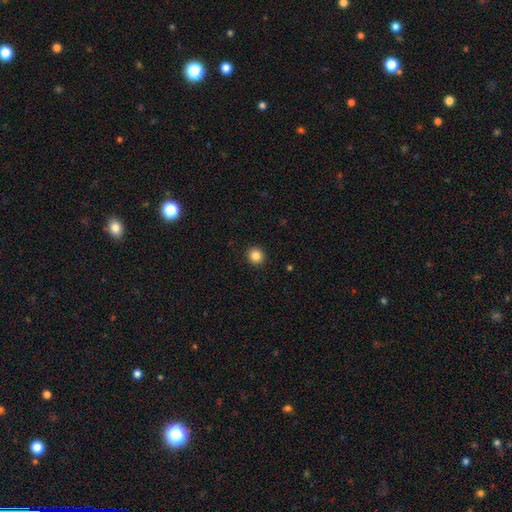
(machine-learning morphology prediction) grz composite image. It shows a smooth galaxy with no disk features (85%) that is round (92%). Merging: none (93%).